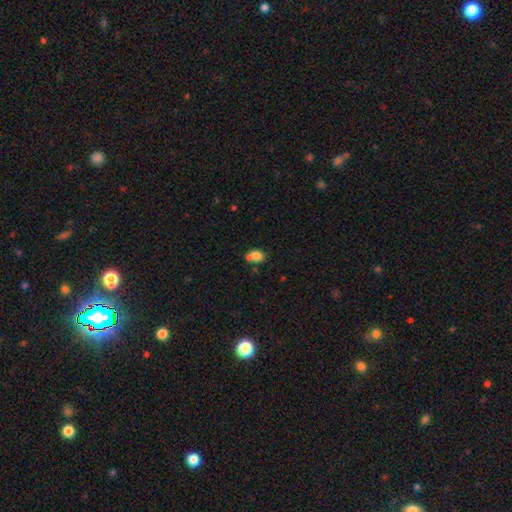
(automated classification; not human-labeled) This appears to be a smooth galaxy with no disk features (78%) that is in between round and cigar-shaped (72%). Merging: none (48%).